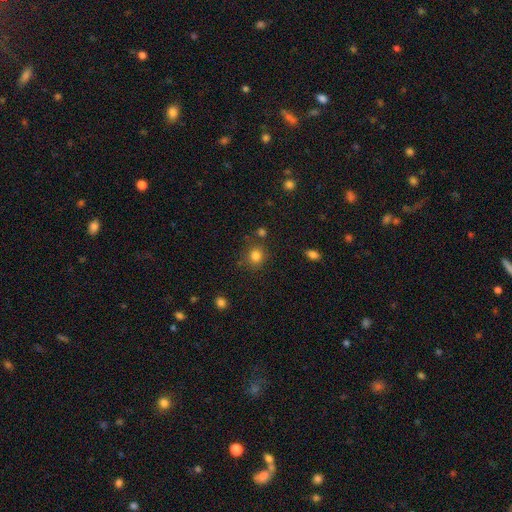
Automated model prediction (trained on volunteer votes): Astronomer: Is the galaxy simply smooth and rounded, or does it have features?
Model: smooth — 82%.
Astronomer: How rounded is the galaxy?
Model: round — 85%.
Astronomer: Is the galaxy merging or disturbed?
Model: none — 78%.